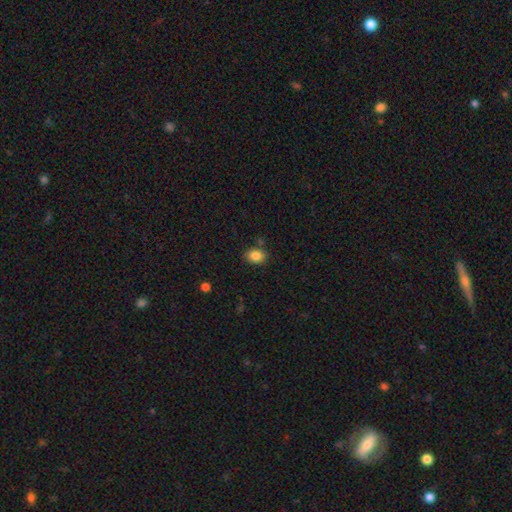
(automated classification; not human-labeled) Morphology: type=smooth (86%); roundness=in between (64%); merging=none (82%).